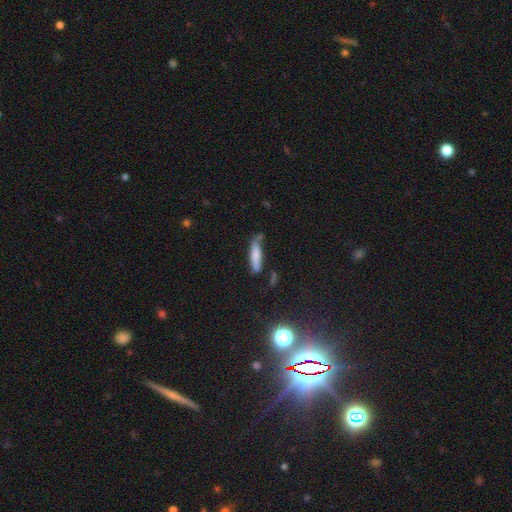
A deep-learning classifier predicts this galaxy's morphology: This appears to be a smooth galaxy with no disk features (73%) that is cigar-shaped (79%). Merging: none (60%).